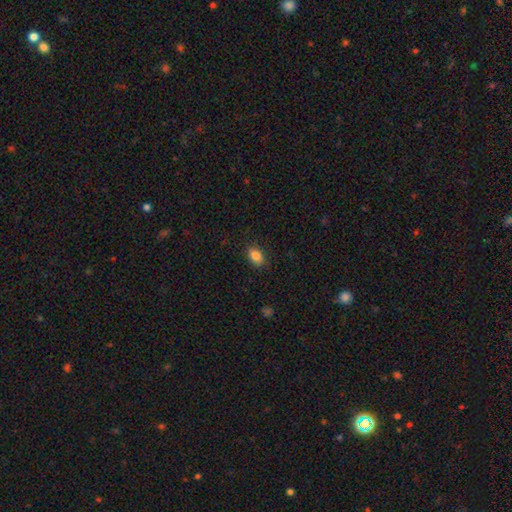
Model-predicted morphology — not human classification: The model was most divided on "how rounded": in between: 82%, round: 17%, cigar-shaped: 2%. More confident: smooth or featured — smooth (86%); merging — none (86%).